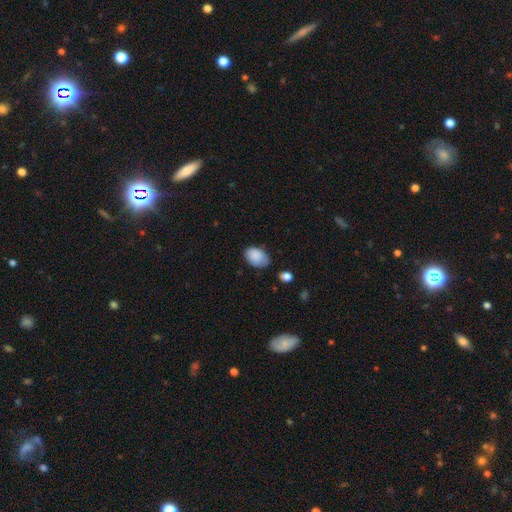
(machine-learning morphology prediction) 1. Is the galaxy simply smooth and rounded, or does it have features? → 87% smooth, 7% star or artifact, 5% featured or disk.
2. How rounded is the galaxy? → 83% in between, 16% round, 1% cigar-shaped.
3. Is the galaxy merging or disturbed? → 64% none, 28% minor disturbance, 5% major disturbance, 3% merger.